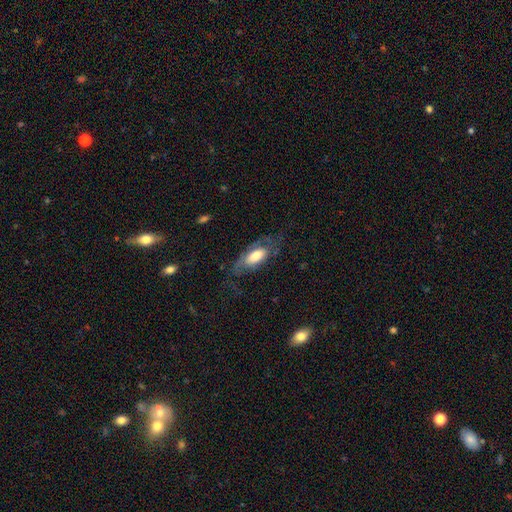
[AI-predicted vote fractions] Smooth or featured? Predicted: smooth (p=0.49). Merging? Predicted: none (p=0.52).